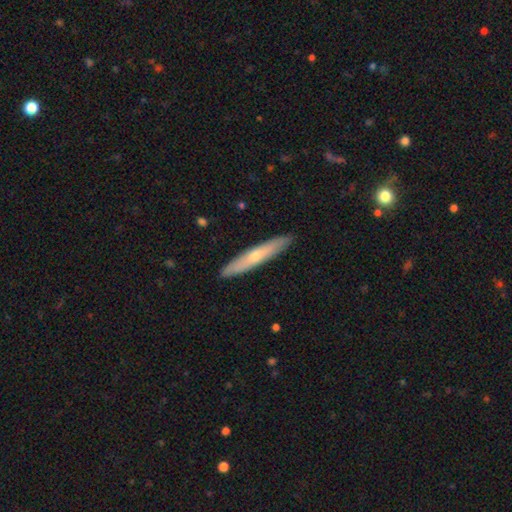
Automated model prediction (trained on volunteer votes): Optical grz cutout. It shows a smooth galaxy with no disk features (52%) that is cigar-shaped (92%). Merging: none (90%).